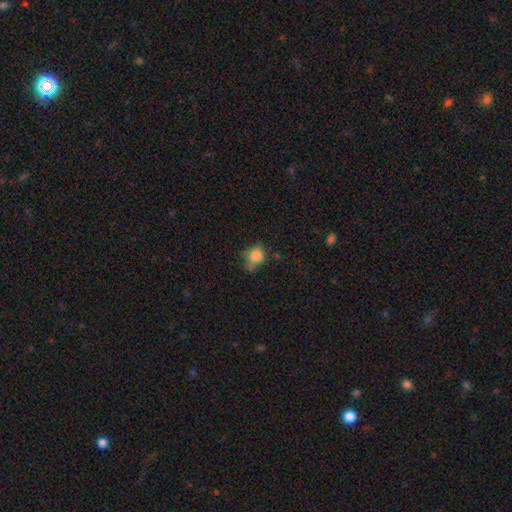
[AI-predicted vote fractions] Smooth or featured? smooth (82%)
How rounded? round (66%)
Merging? none (49%)